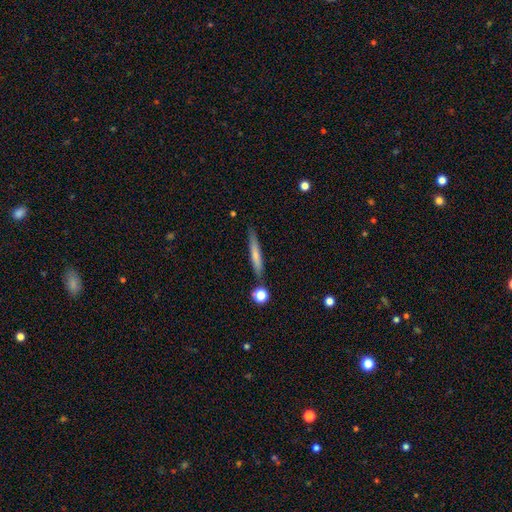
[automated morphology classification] Overall: smooth (63%; featured or disk 31%). How rounded: cigar-shaped (93%). Merging: none (79%).